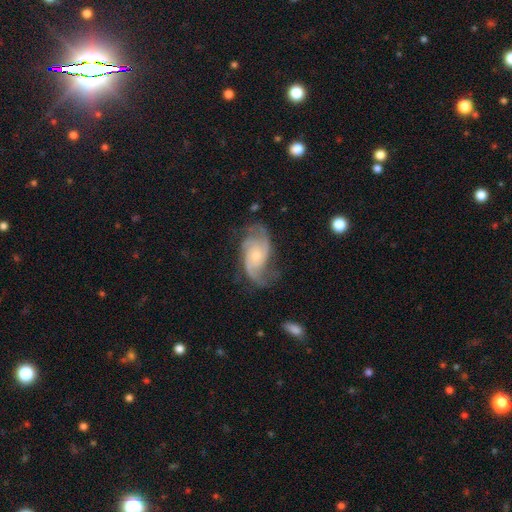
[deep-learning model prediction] Smooth or featured? featured or disk (86%)
Edge-on disk? no (97%)
Bar? no (70%)
Spiral arms? yes (97%)
Spiral winding? medium (48%)
Spiral arm count? 2 (59%)
Bulge size? small (66%)
Merging? none (62%)